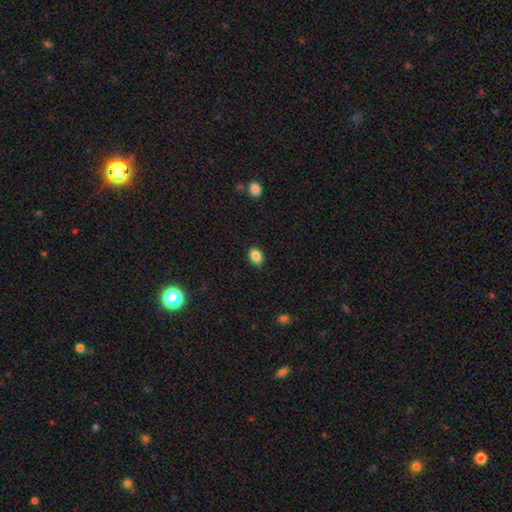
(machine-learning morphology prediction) Q: Smooth or featured?
A: smooth (86%); runner-up: star or artifact (9%)
Q: How rounded?
A: in between (76%); runner-up: round (23%)
Q: Merging?
A: none (79%); runner-up: minor disturbance (17%)